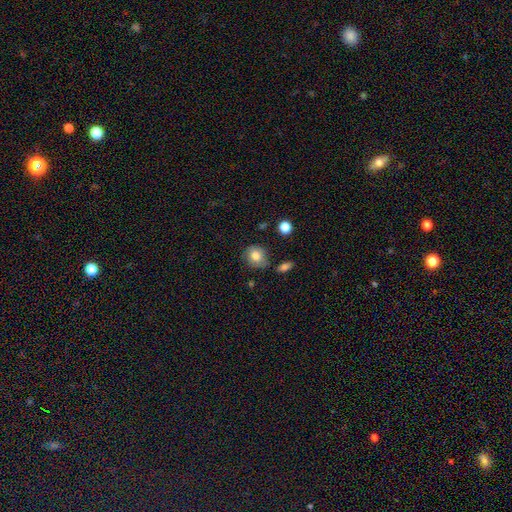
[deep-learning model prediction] Morphology: type=smooth (76%); roundness=round (72%); merging=none (69%).